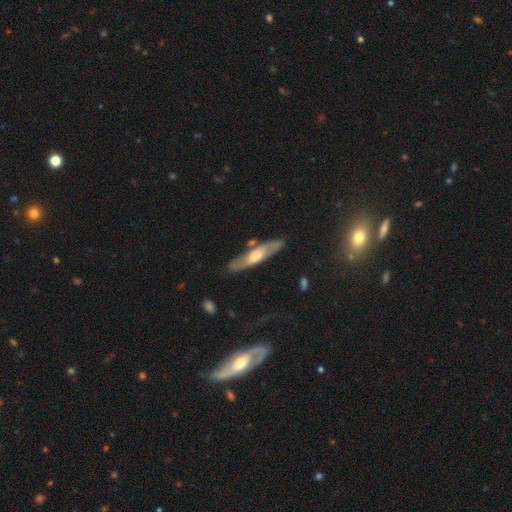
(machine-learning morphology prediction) A featured or disk galaxy (59%) viewed edge-on (63%).

Vote fractions:
- Smooth or featured? featured or disk: 59% / smooth: 36% / star or artifact: 5%
- Edge-on disk? yes: 63% / no: 37%
- Merging? none: 79% / minor disturbance: 14% / merger: 4% / major disturbance: 4%